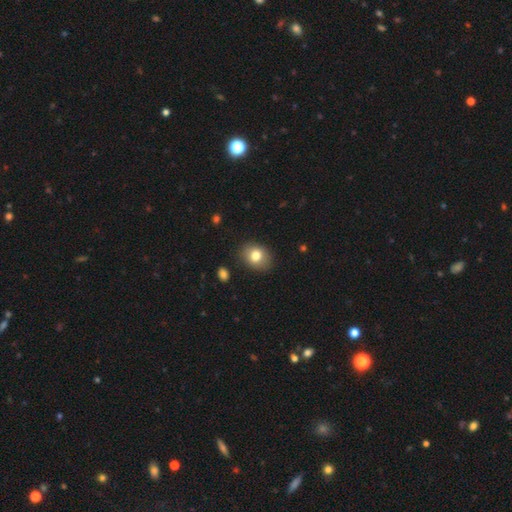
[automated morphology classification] This is likely a smooth galaxy (79%). How rounded: possibly in between (54%). Merging: clearly none (84%).